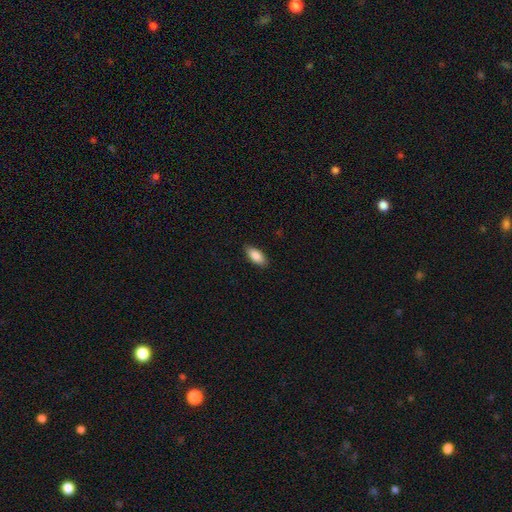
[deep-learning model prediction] Morphology: type=smooth (88%); roundness=in between (88%); merging=none (88%).